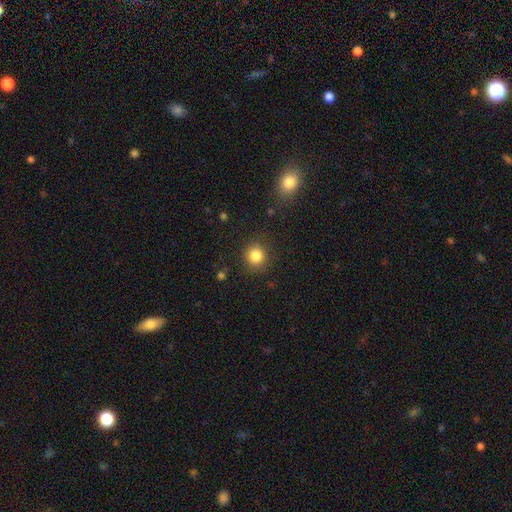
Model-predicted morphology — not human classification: smooth 83%, star or artifact 11%, featured or disk 6%. Down the decision tree: how rounded — round (90%); merging — none (87%).